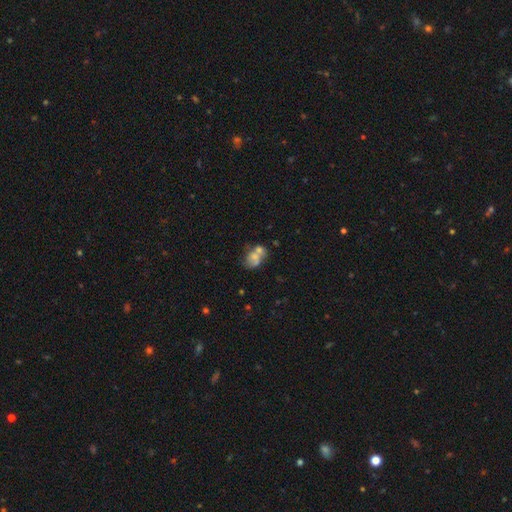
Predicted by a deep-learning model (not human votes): This appears to be a smooth galaxy with no disk features (55%) that is in between round and cigar-shaped (60%). Merging: merger (52%).